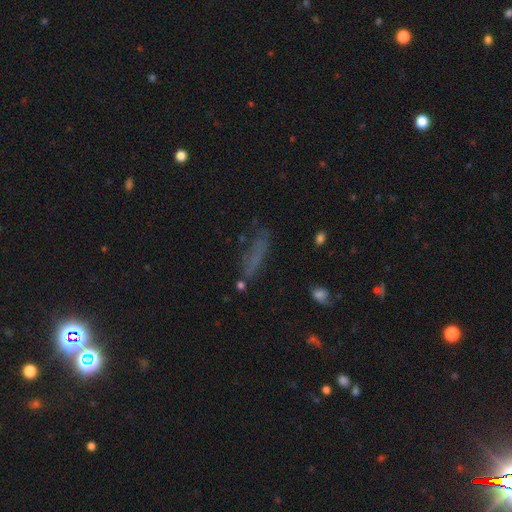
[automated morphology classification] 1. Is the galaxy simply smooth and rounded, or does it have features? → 57% smooth, 21% star or artifact, 21% featured or disk.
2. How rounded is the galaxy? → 65% cigar-shaped, 31% in between, 4% round.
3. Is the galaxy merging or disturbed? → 57% none, 22% minor disturbance, 16% major disturbance, 5% merger.